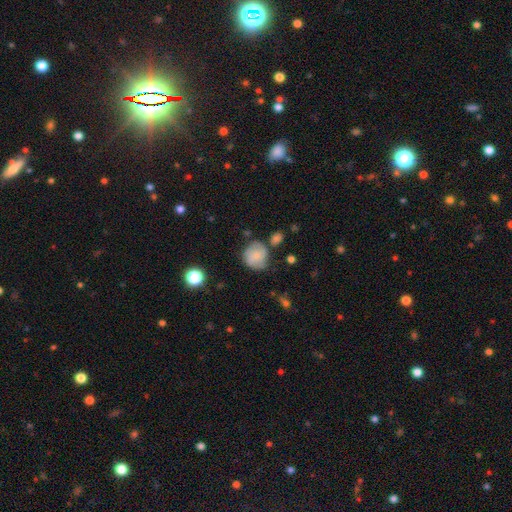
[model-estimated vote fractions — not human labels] Smooth or featured?
  - smooth: 64% *
  - featured or disk: 28%
  - star or artifact: 9%
How rounded?
  - round: 81% *
  - in between: 18%
  - cigar-shaped: 1%
Merging?
  - none: 61% *
  - minor disturbance: 24%
  - major disturbance: 8%
  - merger: 6%